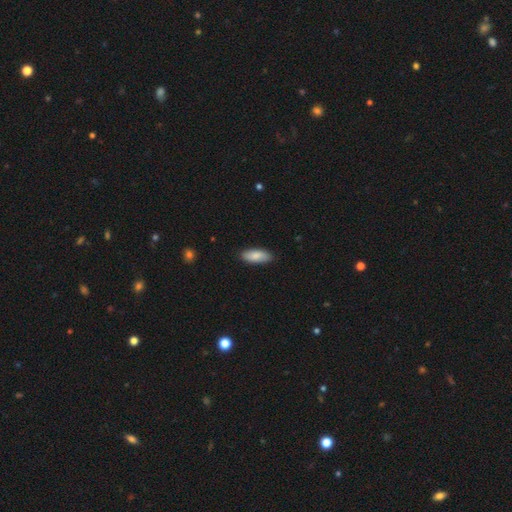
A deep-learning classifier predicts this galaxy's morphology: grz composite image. It shows a smooth galaxy with no disk features (84%) that is in between round and cigar-shaped (80%). Merging: none (87%).